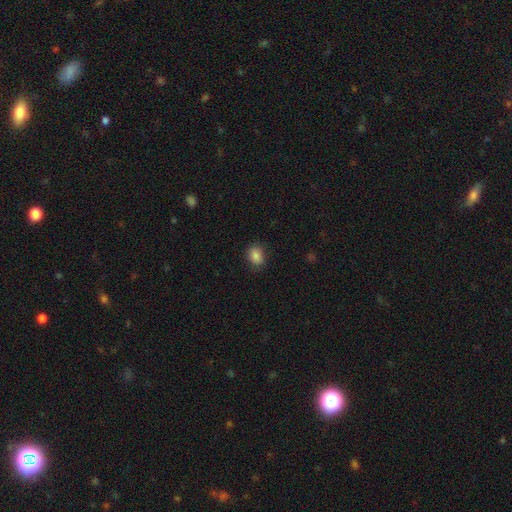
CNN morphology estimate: This appears to be a smooth galaxy with no disk features (85%) that is in between round and cigar-shaped (58%). Merging: none (83%).